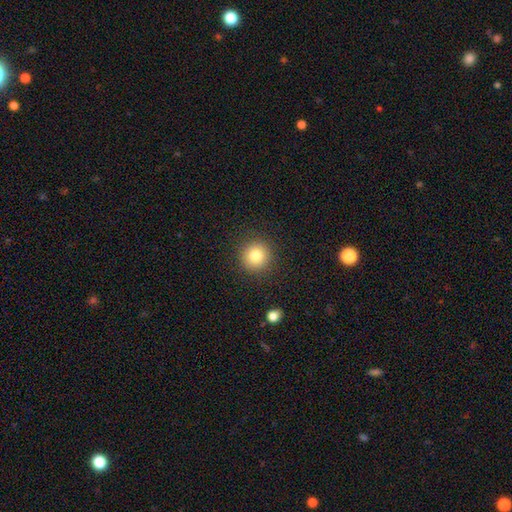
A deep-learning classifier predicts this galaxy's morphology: This appears to be a smooth galaxy with no disk features (80%) that is round (94%). Merging: none (90%).